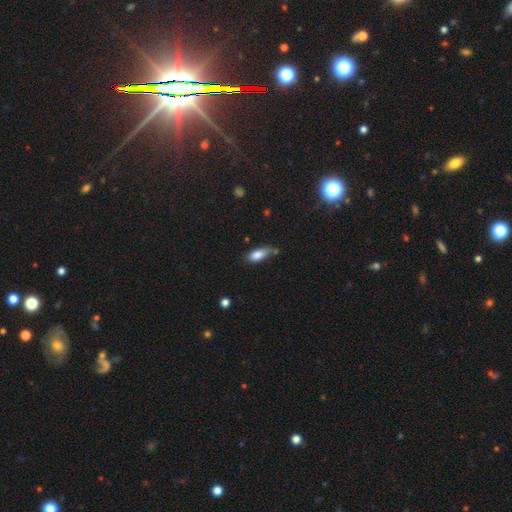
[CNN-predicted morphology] Q: Smooth or featured?
A: smooth (80%); runner-up: featured or disk (12%)
Q: How rounded?
A: in between (80%); runner-up: cigar-shaped (17%)
Q: Merging?
A: none (49%); runner-up: minor disturbance (33%)